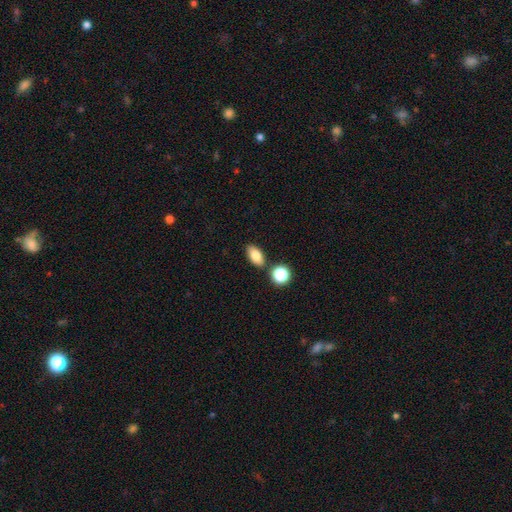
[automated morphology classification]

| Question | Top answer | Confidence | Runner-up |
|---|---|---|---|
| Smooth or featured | smooth | 81% | featured or disk (10%) |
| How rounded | in between | 87% | round (9%) |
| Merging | none | 80% | minor disturbance (9%) |